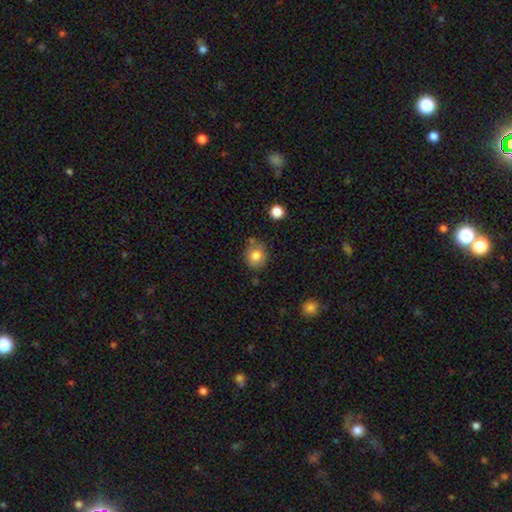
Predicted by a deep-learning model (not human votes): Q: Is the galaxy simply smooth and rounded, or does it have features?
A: smooth — 81%.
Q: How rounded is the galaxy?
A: round — 65%.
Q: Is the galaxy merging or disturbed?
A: none — 72%.